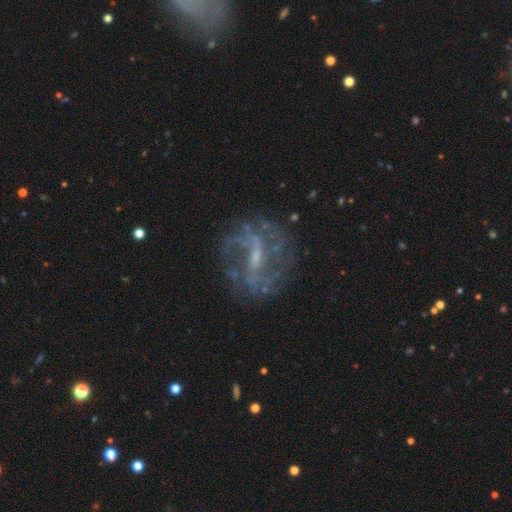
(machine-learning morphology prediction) Smooth or featured?
  - featured or disk: 80% *
  - star or artifact: 11%
  - smooth: 9%
Edge-on disk?
  - no: 95% *
  - yes: 5%
Bar?
  - weak: 50% *
  - strong: 33%
  - no: 17%
Spiral arms?
  - yes: 85% *
  - no: 15%
Spiral winding?
  - loose: 48% *
  - medium: 37%
  - tight: 15%
Spiral arm count?
  - 2: 59% *
  - can't tell: 20%
  - 3: 8%
  - 1: 5%
  - 4: 4%
  - more than 4: 3%
Bulge size?
  - small: 56% *
  - moderate: 23%
  - none: 18%
  - large: 2%
  - dominant: 1%
Merging?
  - none: 72% *
  - minor disturbance: 15%
  - major disturbance: 12%
  - merger: 2%